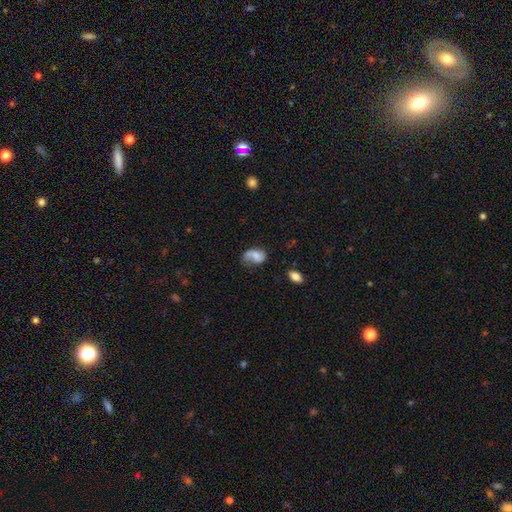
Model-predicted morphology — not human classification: Smooth or featured? smooth (48%)
Merging? none (38%)